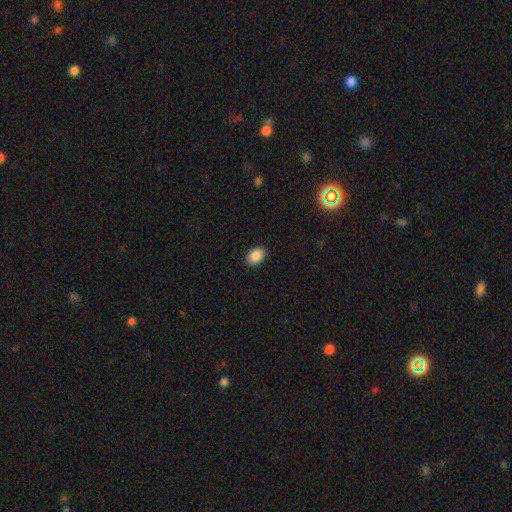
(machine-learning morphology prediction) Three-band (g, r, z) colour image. It shows a smooth galaxy with no disk features (88%) that is in between round and cigar-shaped (77%). Merging: none (90%).